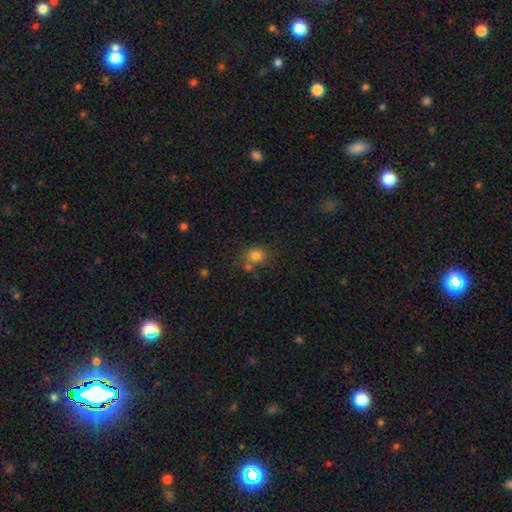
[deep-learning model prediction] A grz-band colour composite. It shows a smooth galaxy with no disk features (79%) that is round (65%). Merging: none (61%).